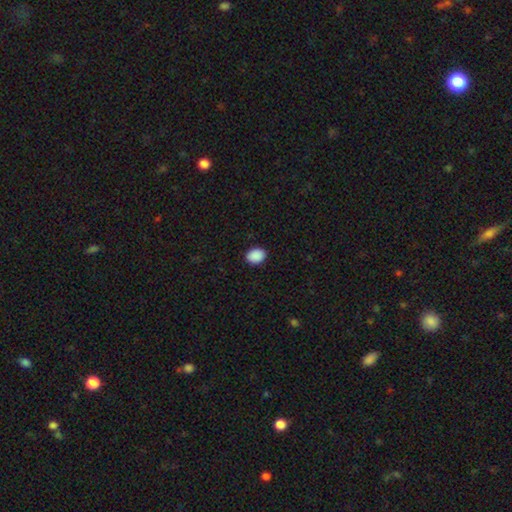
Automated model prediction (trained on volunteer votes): This appears to be a smooth galaxy with no disk features (91%) that is in between round and cigar-shaped (65%). Merging: none (90%).